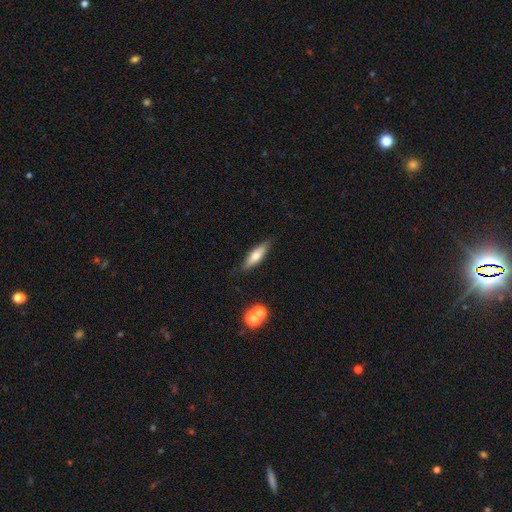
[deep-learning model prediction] Q: Smooth or featured?
A: smooth (66%); runner-up: featured or disk (27%)
Q: How rounded?
A: cigar-shaped (62%); runner-up: in between (36%)
Q: Merging?
A: none (83%); runner-up: minor disturbance (11%)